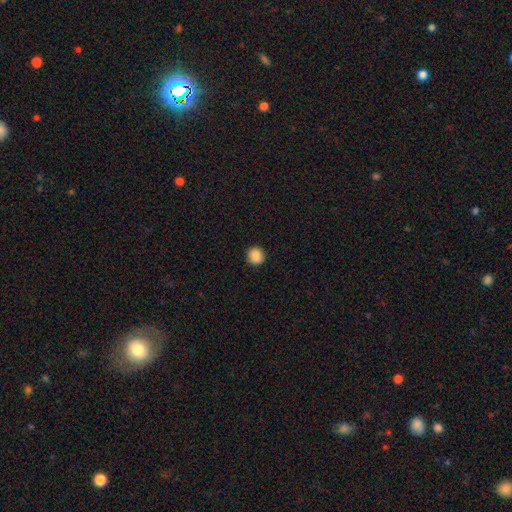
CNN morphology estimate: This appears to be a smooth galaxy with no disk features (88%) that is round (92%). Merging: none (92%).